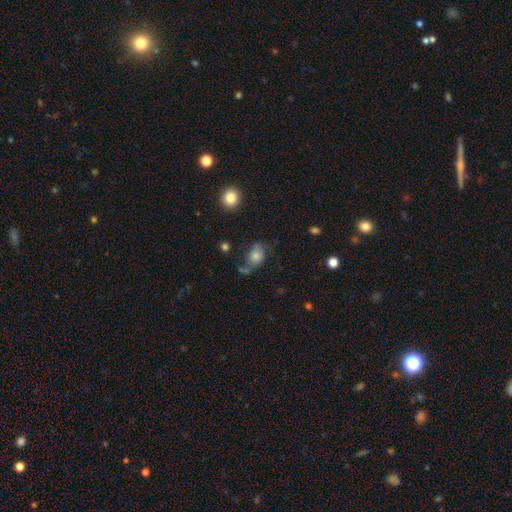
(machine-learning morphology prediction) This appears to be a smooth galaxy with no disk features (71%) that is in between round and cigar-shaped (67%). Merging: none (53%).